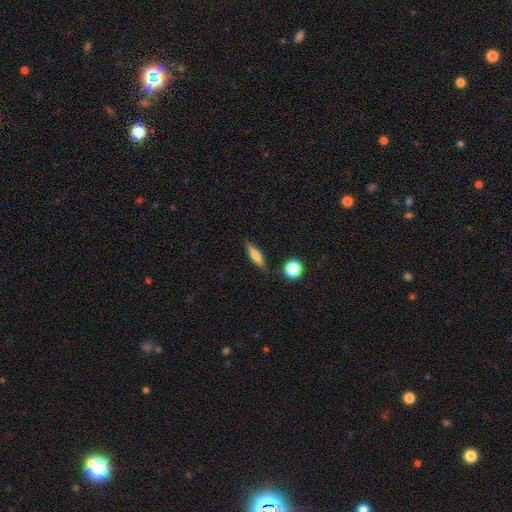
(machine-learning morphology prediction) Smooth or featured?
  - smooth: 77% *
  - featured or disk: 15%
  - star or artifact: 8%
How rounded?
  - cigar-shaped: 57% *
  - in between: 38%
  - round: 4%
Merging?
  - none: 81% *
  - minor disturbance: 13%
  - merger: 3%
  - major disturbance: 3%